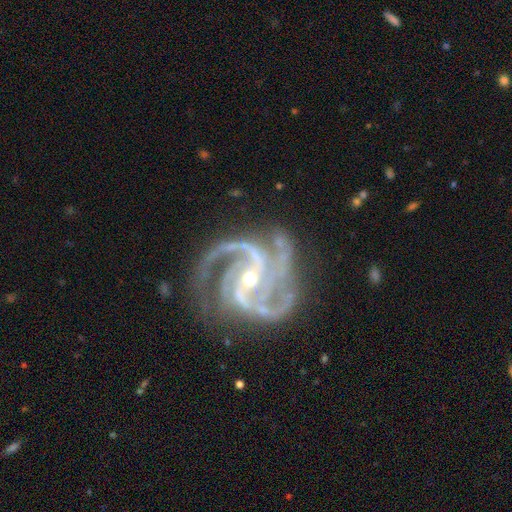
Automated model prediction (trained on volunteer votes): Morphology: type=featured or disk (94%); edge-on=no (98%); bar=weak (35%); spiral arms=yes (99%); winding=medium (54%); arm count=3 (50%); bulge=small (57%); merging=none (71%).